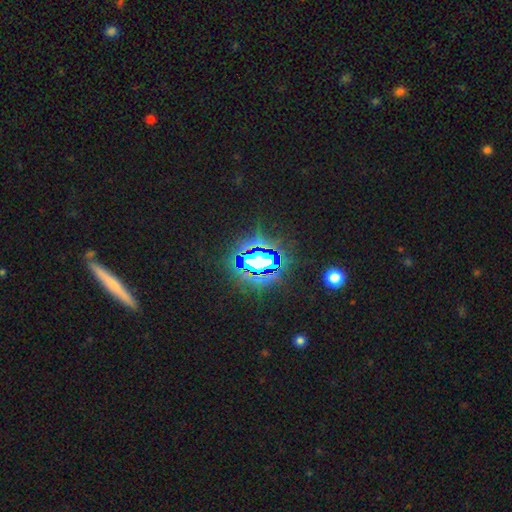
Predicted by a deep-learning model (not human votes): Smooth or featured: star or artifact — 69% (smooth — 16%)